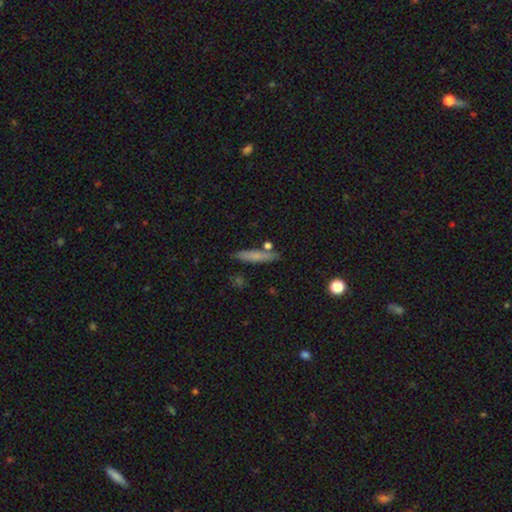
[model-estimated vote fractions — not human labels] This is likely a smooth galaxy (66%). How rounded: clearly cigar-shaped (86%). Merging: clearly none (81%).